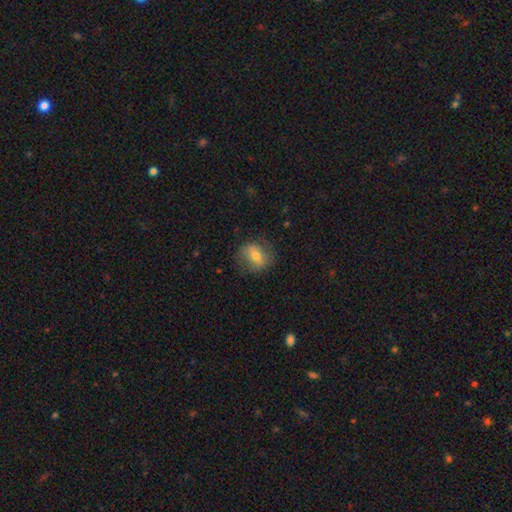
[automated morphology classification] Smooth or featured?
  - smooth: 59% *
  - featured or disk: 32%
  - star or artifact: 9%
How rounded?
  - round: 51% *
  - in between: 46%
  - cigar-shaped: 2%
Merging?
  - none: 76% *
  - minor disturbance: 16%
  - major disturbance: 6%
  - merger: 1%